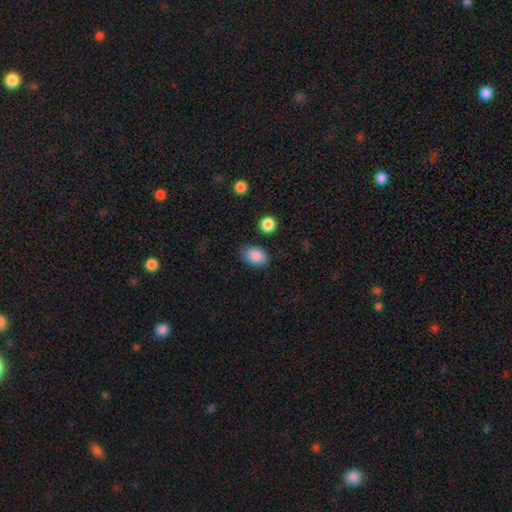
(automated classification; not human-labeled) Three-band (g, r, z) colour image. It shows a smooth galaxy with no disk features (88%) that is in between round and cigar-shaped (81%). Merging: none (77%).